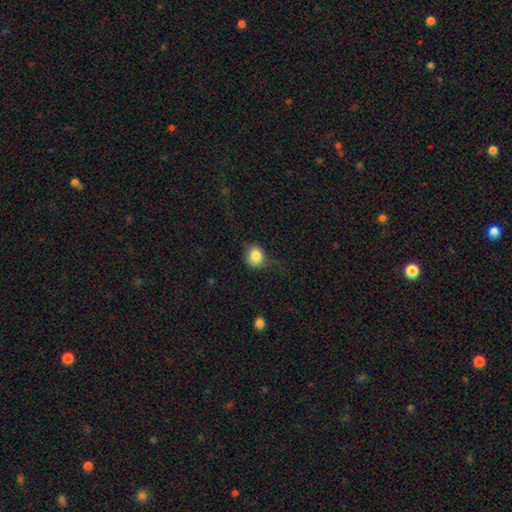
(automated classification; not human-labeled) smooth_or_featured: smooth (p=0.82) [alt: star or artifact p=0.09]
how_rounded: round (p=0.75) [alt: in between p=0.24]
merging: none (p=0.58) [alt: minor disturbance p=0.26]